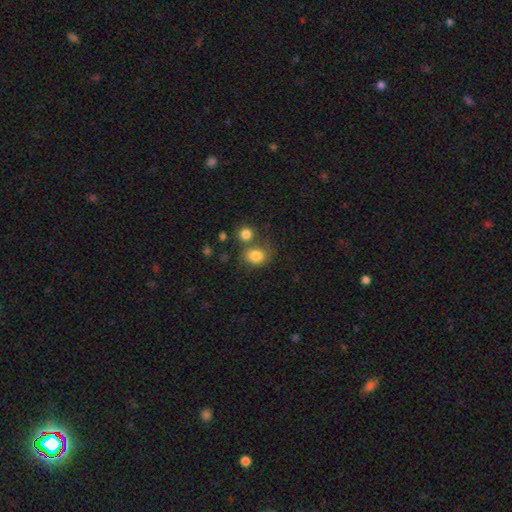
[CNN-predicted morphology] The model was most divided on "how rounded": round: 61%, in between: 38%, cigar-shaped: 1%. More confident: smooth or featured — smooth (82%); merging — none (54%).